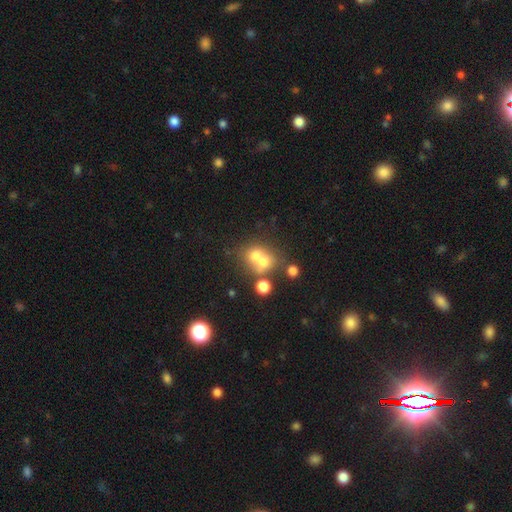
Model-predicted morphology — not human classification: A smooth galaxy with no disk features (64%) that is round (68%). Merging: merger (59%).